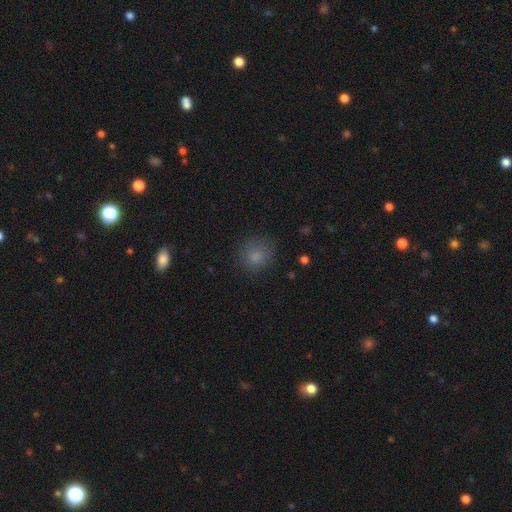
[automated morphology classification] This appears to be a smooth galaxy with no disk features (81%) that is round (84%). Merging: none (80%).